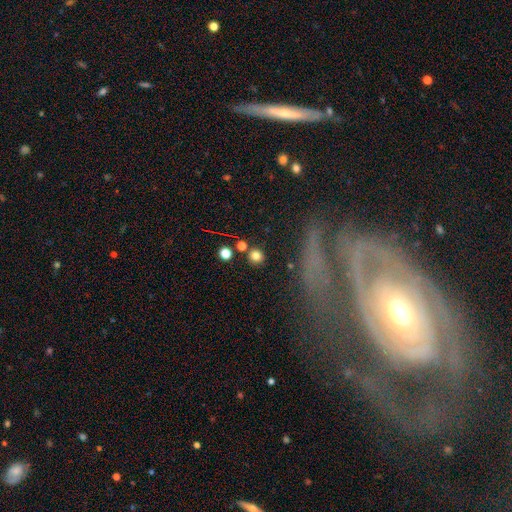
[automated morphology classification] Smooth or featured?
  - smooth: 78% *
  - star or artifact: 14%
  - featured or disk: 8%
How rounded?
  - round: 90% *
  - in between: 9%
  - cigar-shaped: 1%
Merging?
  - none: 82% *
  - merger: 8%
  - minor disturbance: 7%
  - major disturbance: 3%